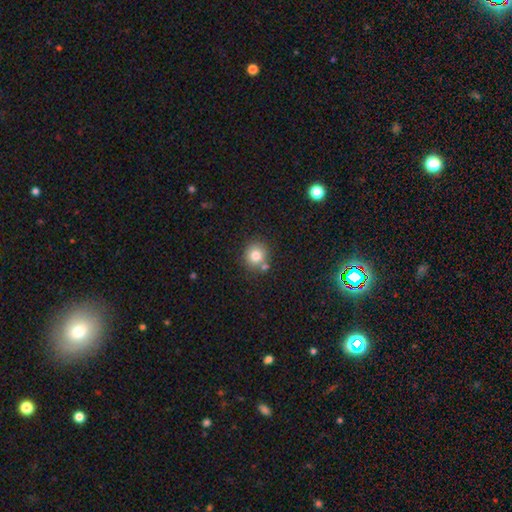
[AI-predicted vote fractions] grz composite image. It shows a smooth galaxy with no disk features (79%) that is round (86%). Merging: none (71%).